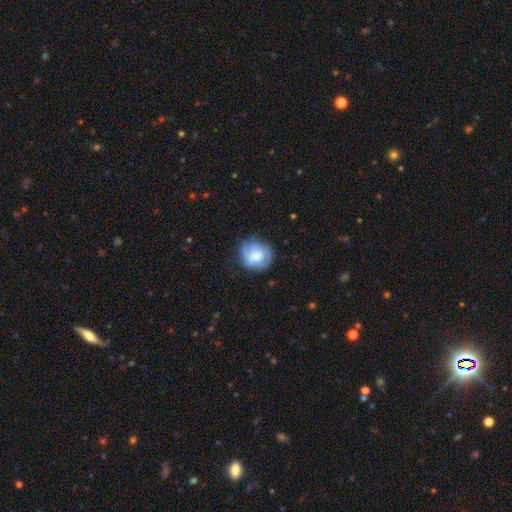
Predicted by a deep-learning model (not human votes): Smooth or featured: featured or disk — 49% (smooth — 43%)
Merging: none — 67% (minor disturbance — 22%)